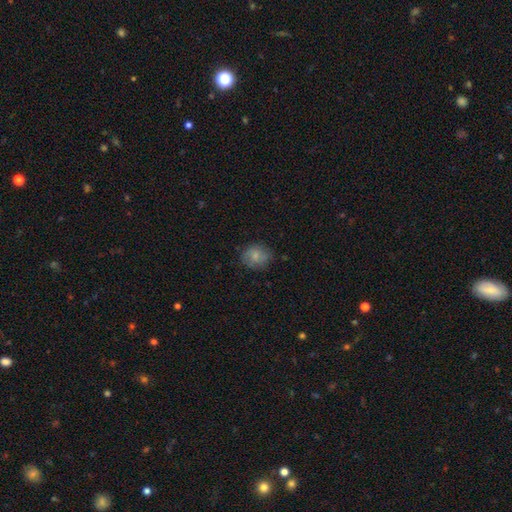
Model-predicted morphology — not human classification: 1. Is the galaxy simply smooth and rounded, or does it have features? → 72% smooth, 20% featured or disk, 8% star or artifact.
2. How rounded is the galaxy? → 68% round, 31% in between, 1% cigar-shaped.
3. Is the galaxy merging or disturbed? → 74% none, 19% minor disturbance, 5% major disturbance, 2% merger.